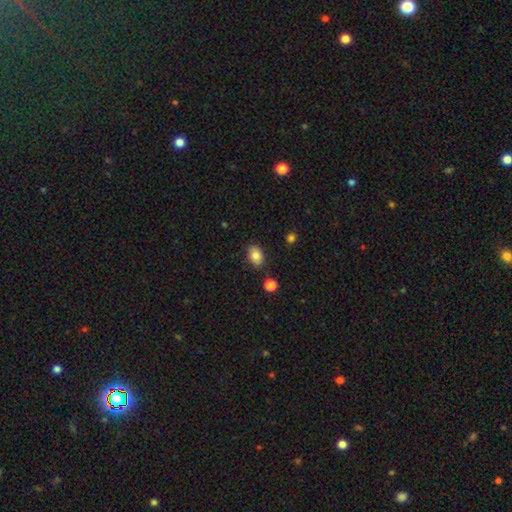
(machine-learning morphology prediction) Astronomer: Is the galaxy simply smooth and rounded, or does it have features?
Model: smooth — 83%.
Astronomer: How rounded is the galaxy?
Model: in between — 80%.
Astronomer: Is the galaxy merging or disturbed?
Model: none — 81%.